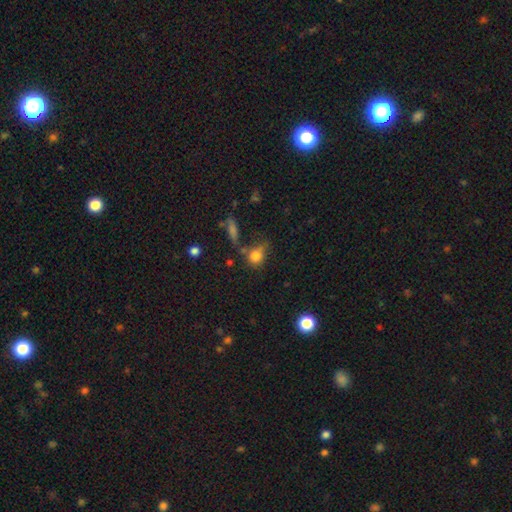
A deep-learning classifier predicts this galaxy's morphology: Smooth or featured? smooth (80%)
How rounded? round (63%)
Merging? none (53%)